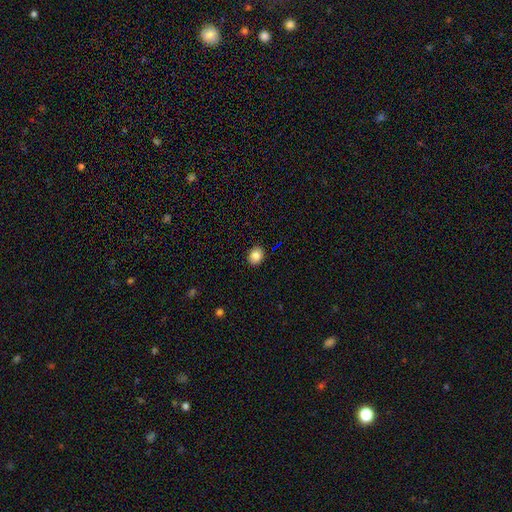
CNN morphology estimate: smooth 85%, star or artifact 9%, featured or disk 5%. Down the decision tree: how rounded — round (51%); merging — none (90%).